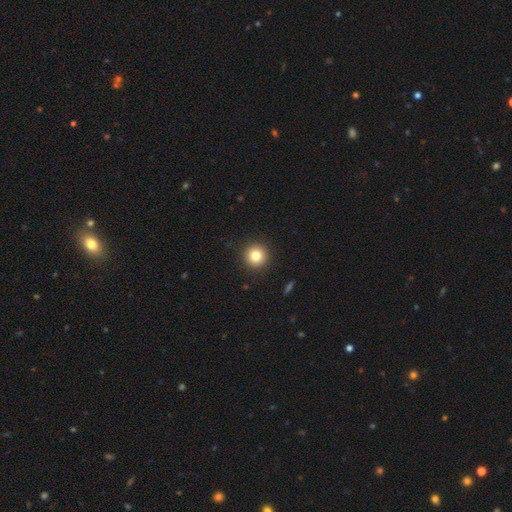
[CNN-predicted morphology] smooth 81%, star or artifact 11%, featured or disk 8%. Down the decision tree: how rounded — round (95%); merging — none (92%).